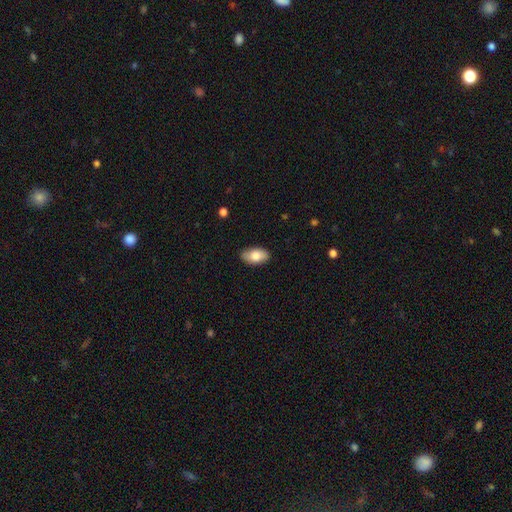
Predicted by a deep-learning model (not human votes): This appears to be a smooth galaxy with no disk features (81%) that is in between round and cigar-shaped (94%). Merging: none (85%).